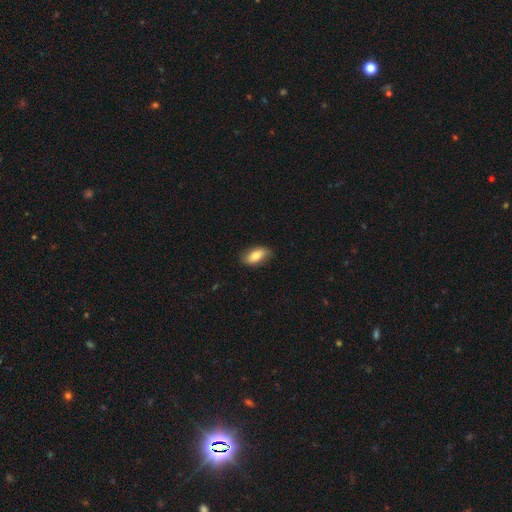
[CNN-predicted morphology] Smooth or featured? Predicted: smooth (p=0.80). How rounded? Predicted: in between (p=0.90). Merging? Predicted: none (p=0.82).